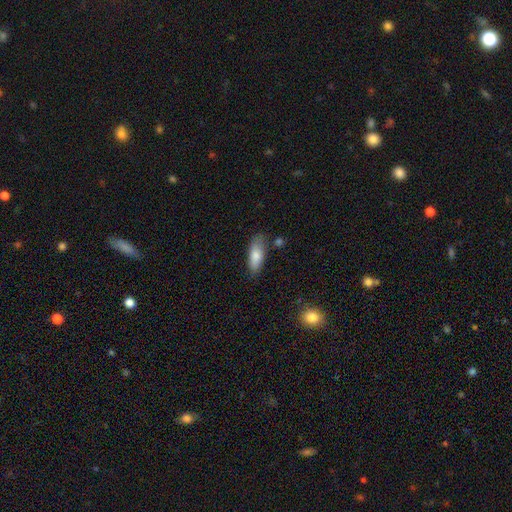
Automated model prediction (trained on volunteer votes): smooth 79%, featured or disk 14%, star or artifact 7%. Down the decision tree: how rounded — in between (68%); merging — none (76%).